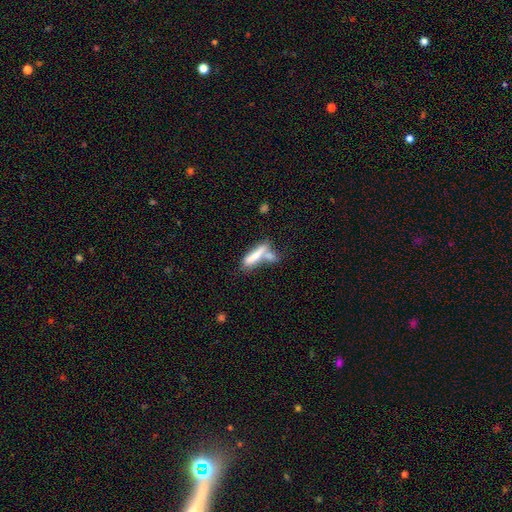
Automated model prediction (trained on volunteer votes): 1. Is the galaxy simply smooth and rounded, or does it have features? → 67% smooth, 26% featured or disk, 7% star or artifact.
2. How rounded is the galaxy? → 71% cigar-shaped, 26% in between, 2% round.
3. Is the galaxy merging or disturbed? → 47% merger, 31% none, 13% minor disturbance, 8% major disturbance.